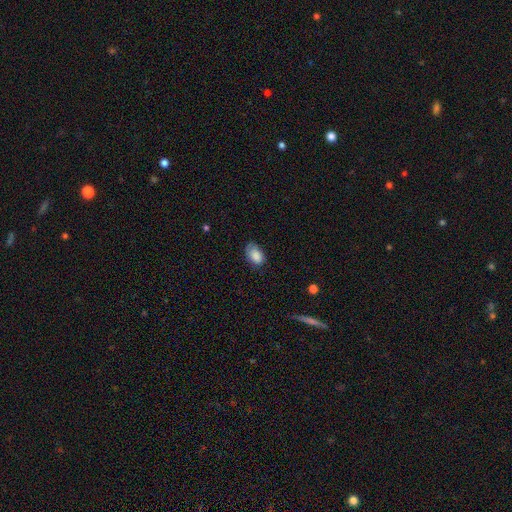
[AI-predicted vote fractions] Smooth or featured?
  - smooth: 85% *
  - featured or disk: 8%
  - star or artifact: 7%
How rounded?
  - in between: 90% *
  - round: 9%
  - cigar-shaped: 1%
Merging?
  - none: 62% *
  - minor disturbance: 30%
  - major disturbance: 7%
  - merger: 1%